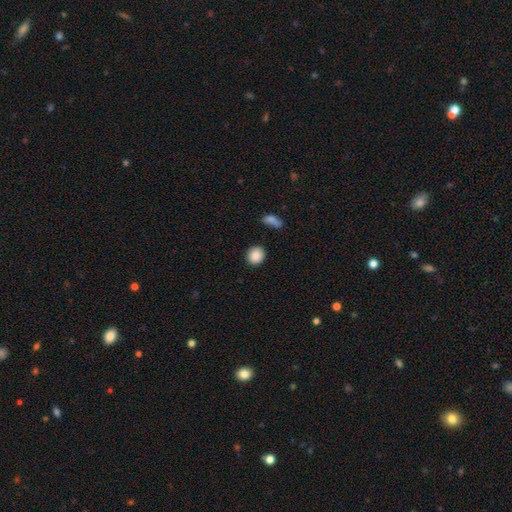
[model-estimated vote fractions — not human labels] A smooth galaxy with no disk features (88%) that is round (75%).

Vote fractions:
- Smooth or featured? smooth: 88% / star or artifact: 8% / featured or disk: 4%
- How rounded? round: 75% / in between: 24% / cigar-shaped: 1%
- Merging? none: 87% / minor disturbance: 9% / major disturbance: 2% / merger: 2%